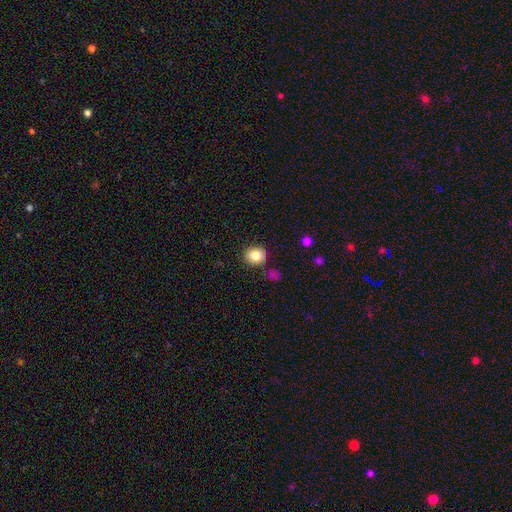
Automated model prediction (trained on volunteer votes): smooth_or_featured: smooth (p=0.83) [alt: star or artifact p=0.10]
how_rounded: round (p=0.75) [alt: in between p=0.24]
merging: none (p=0.84) [alt: minor disturbance p=0.09]